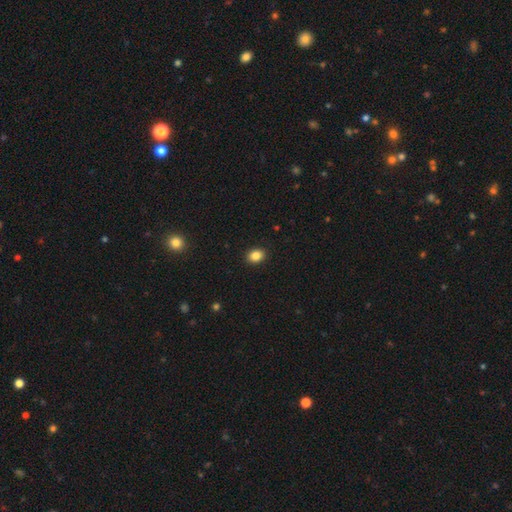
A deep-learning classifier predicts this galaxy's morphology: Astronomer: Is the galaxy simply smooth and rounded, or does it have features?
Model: smooth — 86%.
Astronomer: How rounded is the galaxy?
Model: in between — 58% (runner-up: round, 41%).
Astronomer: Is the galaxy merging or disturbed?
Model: none — 91%.